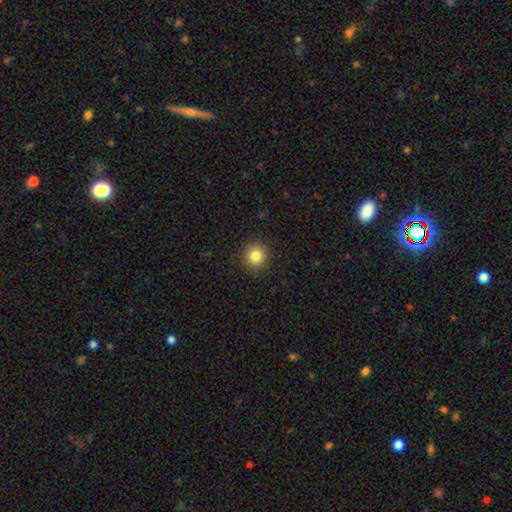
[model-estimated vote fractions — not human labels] The model was most divided on "smooth or featured": smooth: 83%, star or artifact: 11%, featured or disk: 5%. More confident: how rounded — round (92%); merging — none (92%).